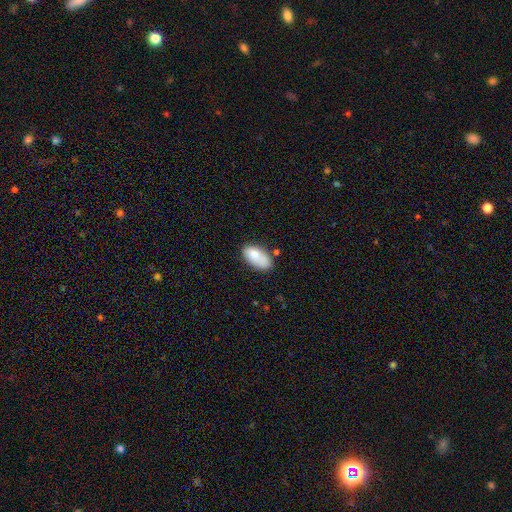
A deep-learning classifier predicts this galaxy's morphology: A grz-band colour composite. It shows a smooth galaxy with no disk features (79%) that is in between round and cigar-shaped (94%). Merging: none (56%).